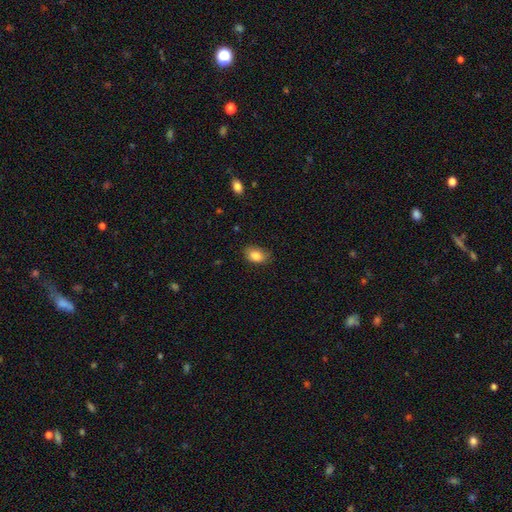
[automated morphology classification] A smooth galaxy with no disk features (85%) that is in between round and cigar-shaped (86%). Merging: none (77%).